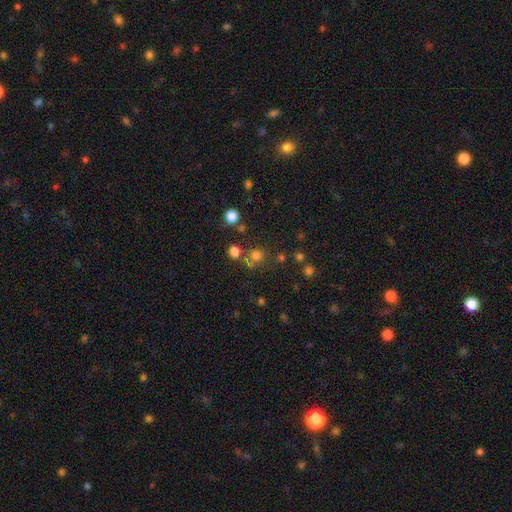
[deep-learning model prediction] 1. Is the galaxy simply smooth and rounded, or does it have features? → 69% smooth, 23% star or artifact, 8% featured or disk.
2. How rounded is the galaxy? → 90% round, 9% in between, 1% cigar-shaped.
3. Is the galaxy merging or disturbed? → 67% none, 18% merger, 10% minor disturbance, 5% major disturbance.